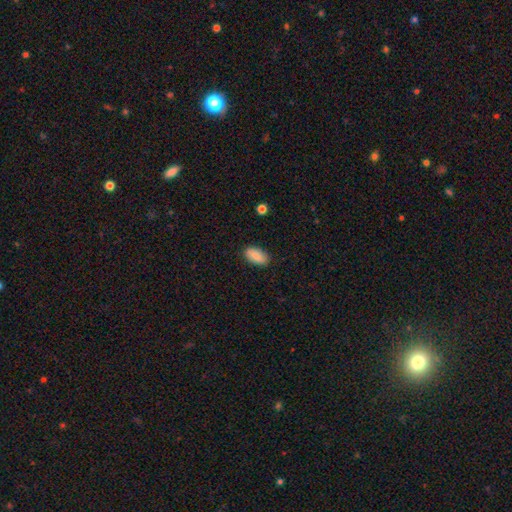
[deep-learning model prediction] Smooth or featured: smooth — 84% (featured or disk — 9%)
How rounded: in between — 93% (cigar-shaped — 4%)
Merging: none — 87% (minor disturbance — 10%)